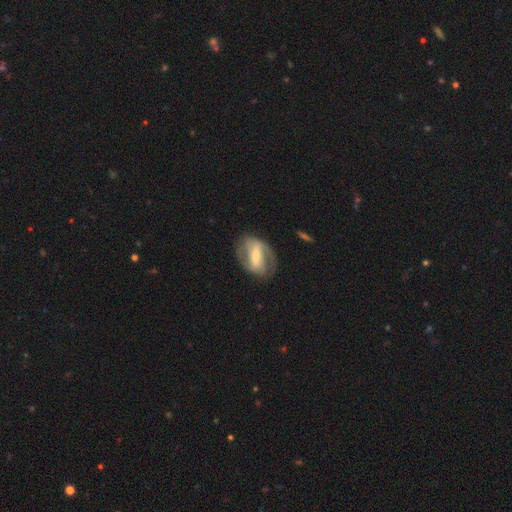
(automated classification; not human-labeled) The model was most divided on "bulge size": small: 45%, moderate: 44%, large: 6%, none: 3%, dominant: 1%. Remaining: edge-on disk — no (95%); spiral arms — yes (84%); spiral arm count — 2 (81%); smooth or featured — featured or disk (79%); merging — none (73%); bar — strong (62%); spiral winding — medium (45%).